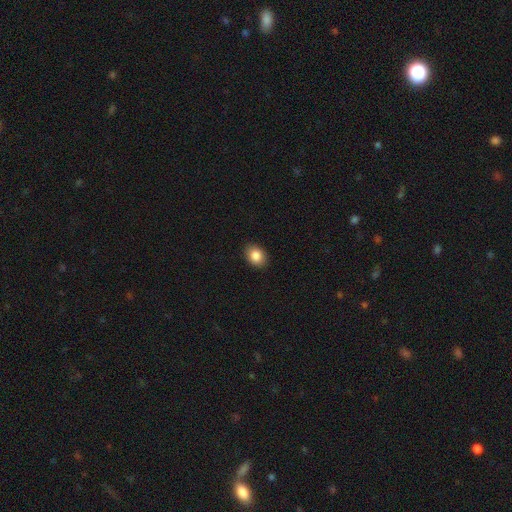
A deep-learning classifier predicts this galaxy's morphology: Smooth or featured? Predicted: smooth (p=0.87). How rounded? Predicted: in between (p=0.70). Merging? Predicted: none (p=0.89).